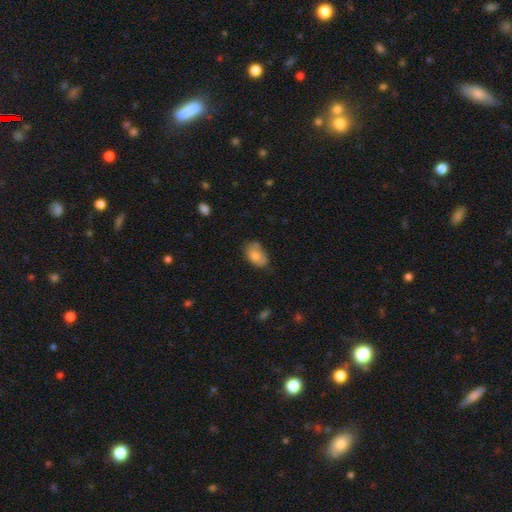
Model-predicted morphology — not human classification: Q: Smooth or featured?
A: smooth (75%); runner-up: featured or disk (17%)
Q: How rounded?
A: in between (89%); runner-up: round (9%)
Q: Merging?
A: none (63%); runner-up: minor disturbance (26%)